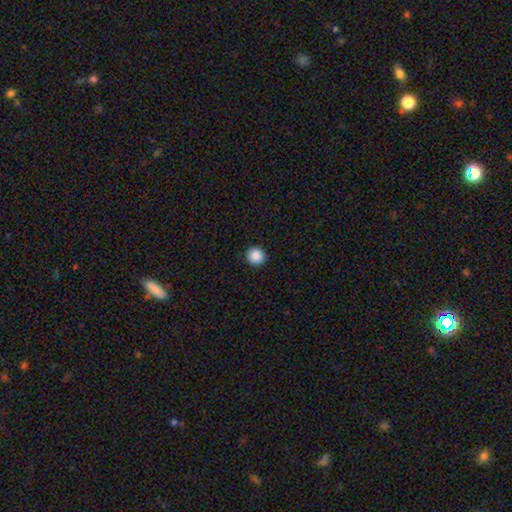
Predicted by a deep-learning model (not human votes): Morphology: type=smooth (89%); roundness=round (94%); merging=none (93%).